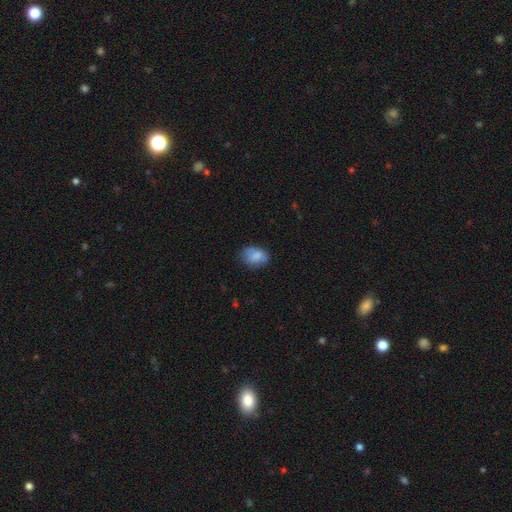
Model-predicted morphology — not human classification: A smooth galaxy with no disk features (80%) that is in between round and cigar-shaped (75%).

Vote fractions:
- Smooth or featured? smooth: 80% / featured or disk: 12% / star or artifact: 8%
- How rounded? in between: 75% / round: 23% / cigar-shaped: 1%
- Merging? none: 67% / minor disturbance: 24% / major disturbance: 6% / merger: 2%